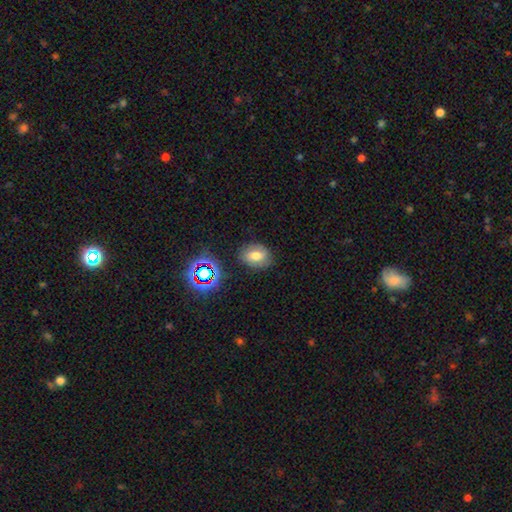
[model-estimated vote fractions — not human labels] Overall: smooth (62%). How rounded: in between (66%; round 33%). Merging: none (79%).